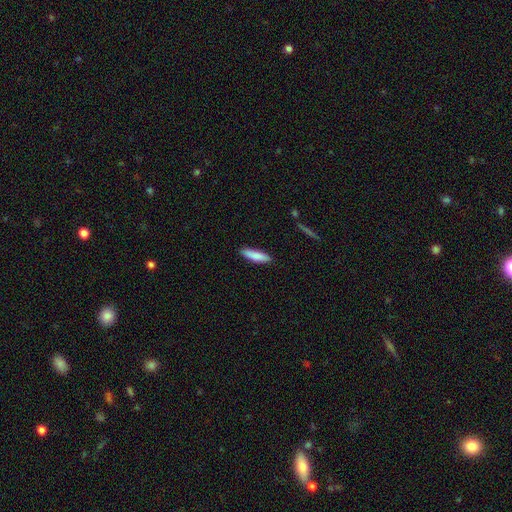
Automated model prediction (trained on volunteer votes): This appears to be a smooth galaxy with no disk features (85%) that is cigar-shaped (71%). Merging: none (88%).